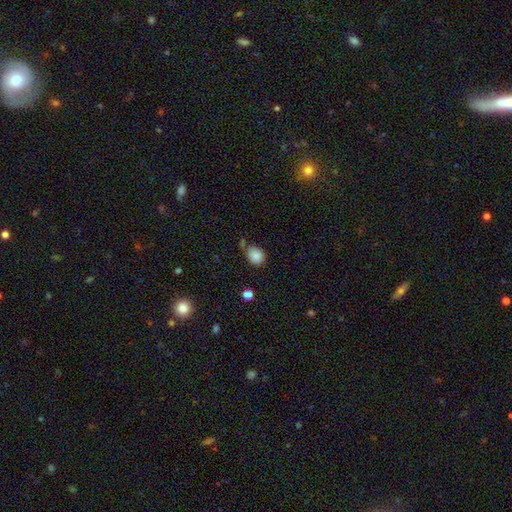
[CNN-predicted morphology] Smooth or featured? Predicted: smooth (p=0.86). How rounded? Predicted: round (p=0.58). Merging? Predicted: none (p=0.64).